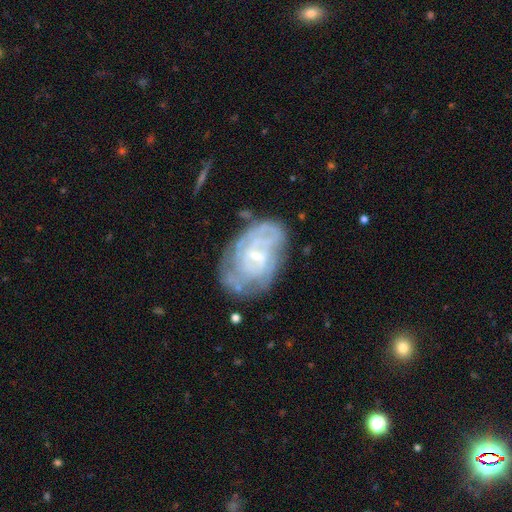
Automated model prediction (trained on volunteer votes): The model was most divided on "bar": no: 53%, weak: 39%, strong: 8%. More confident: edge-on disk — no (96%); spiral arms — yes (85%); smooth or featured — featured or disk (78%); bulge size — small (76%); spiral winding — tight (67%); merging — none (60%); spiral arm count — can't tell (52%).